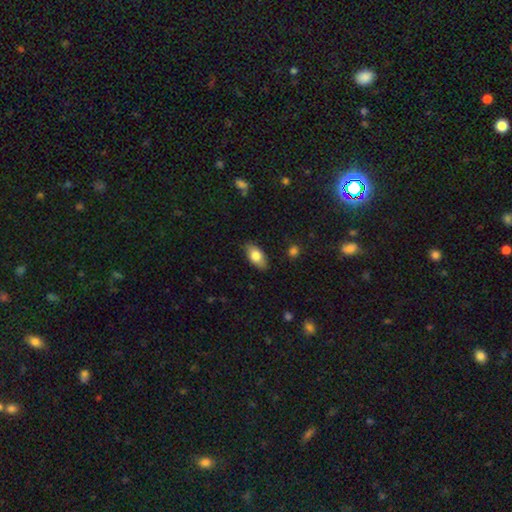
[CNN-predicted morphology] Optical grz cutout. It shows a smooth galaxy with no disk features (76%) that is in between round and cigar-shaped (89%). Merging: none (85%).